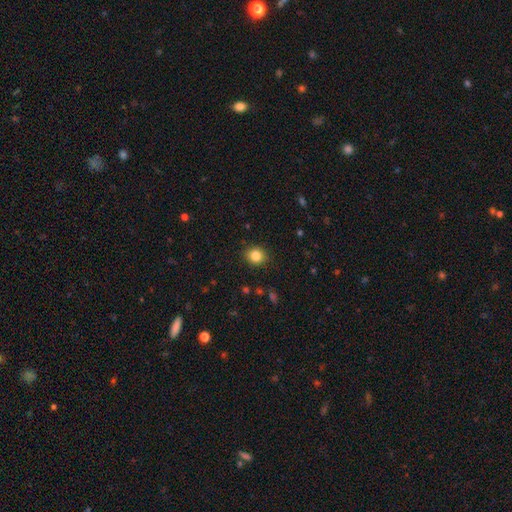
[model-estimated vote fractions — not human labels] This appears to be a smooth galaxy with no disk features (84%) that is round (78%). Merging: none (88%).